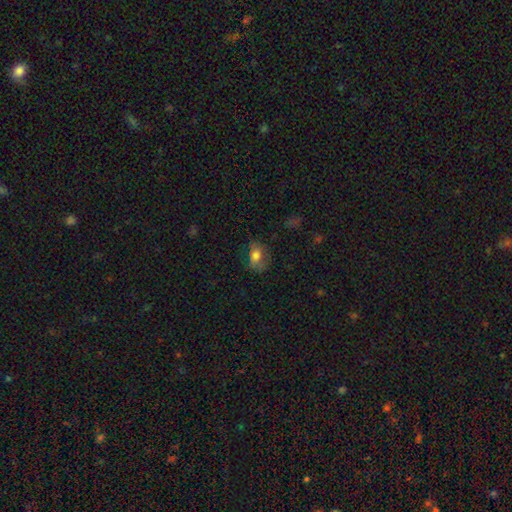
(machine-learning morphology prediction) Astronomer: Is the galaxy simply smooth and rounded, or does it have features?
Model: smooth — 73%.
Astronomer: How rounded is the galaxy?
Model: in between — 71%.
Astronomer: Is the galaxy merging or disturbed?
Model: none — 60%.